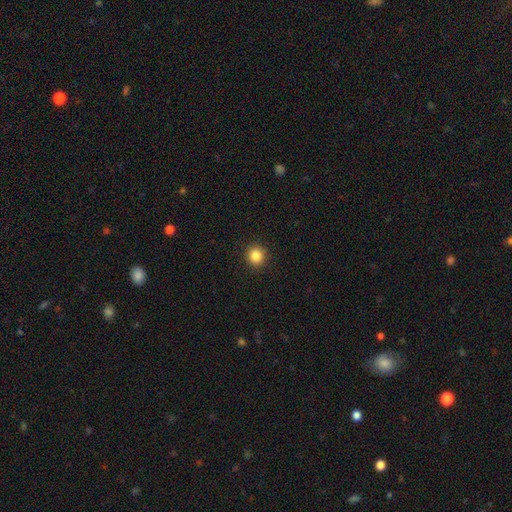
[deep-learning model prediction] smooth 85%, star or artifact 11%, featured or disk 4%. Down the decision tree: how rounded — round (90%); merging — none (92%).